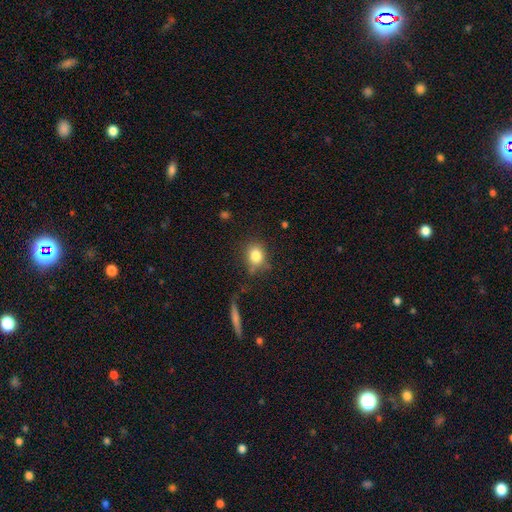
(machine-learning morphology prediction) This is clearly a smooth galaxy (81%). How rounded: likely round (63%). Merging: likely none (71%).